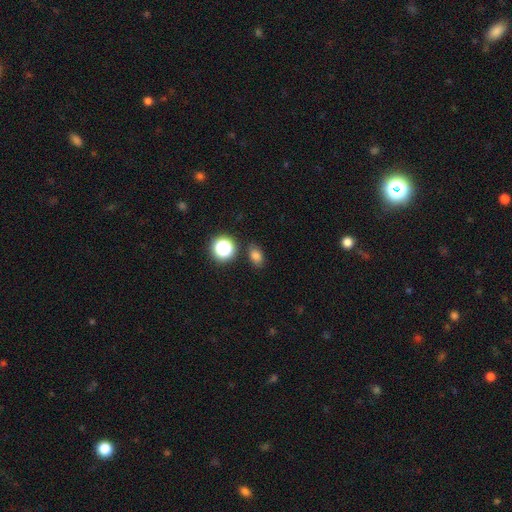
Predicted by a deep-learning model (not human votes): Smooth or featured: smooth — 76% (star or artifact — 18%)
How rounded: in between — 71% (round — 27%)
Merging: none — 82% (minor disturbance — 12%)